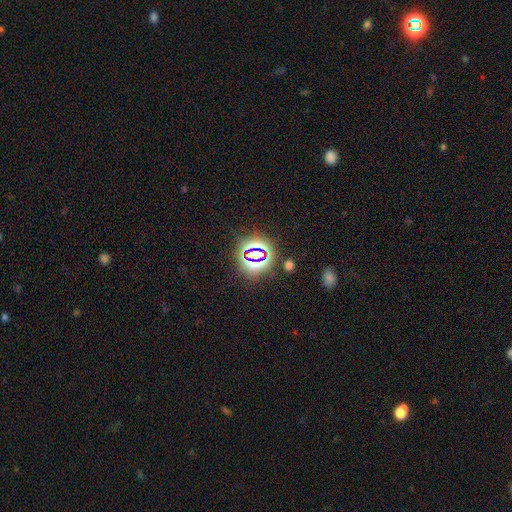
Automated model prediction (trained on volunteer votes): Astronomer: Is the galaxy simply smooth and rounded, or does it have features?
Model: star or artifact — 74%.